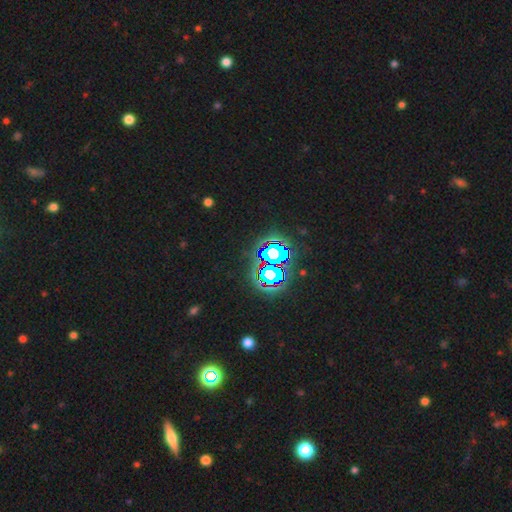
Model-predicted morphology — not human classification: This is clearly a star or artifact rather than a galaxy (81%).